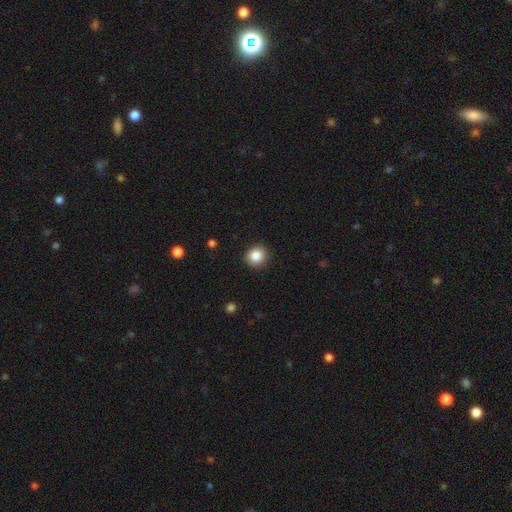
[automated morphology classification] smooth-or-featured: smooth: 86% | star or artifact: 10% | featured or disk: 4%
  how-rounded: round: 91% | in between: 9% | cigar-shaped: 1%
  merging: none: 90% | minor disturbance: 7% | major disturbance: 2% | merger: 1%